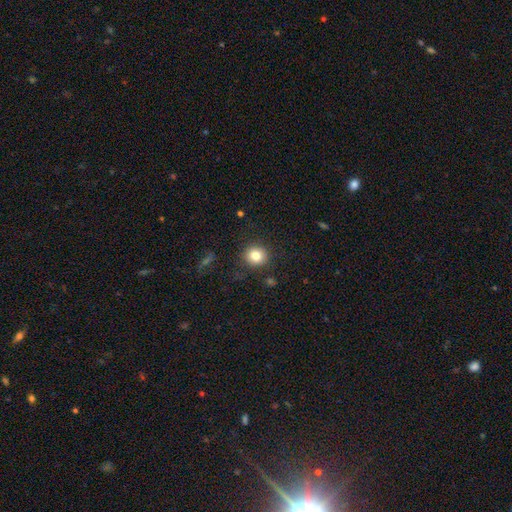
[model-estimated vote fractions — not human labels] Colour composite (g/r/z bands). It shows a smooth galaxy with no disk features (82%) that is round (87%). Merging: none (88%).